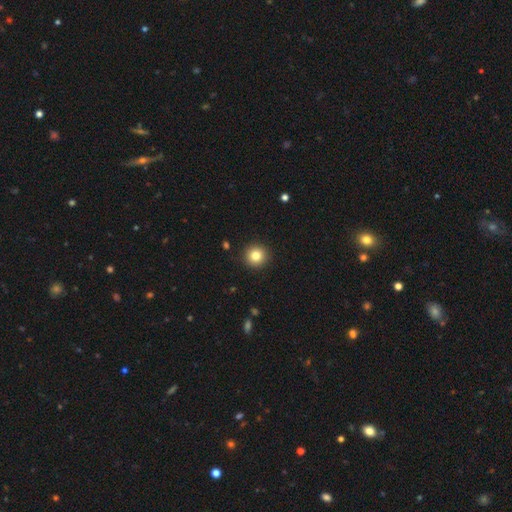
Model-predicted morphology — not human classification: Smooth or featured? smooth (82%)
How rounded? round (95%)
Merging? none (92%)